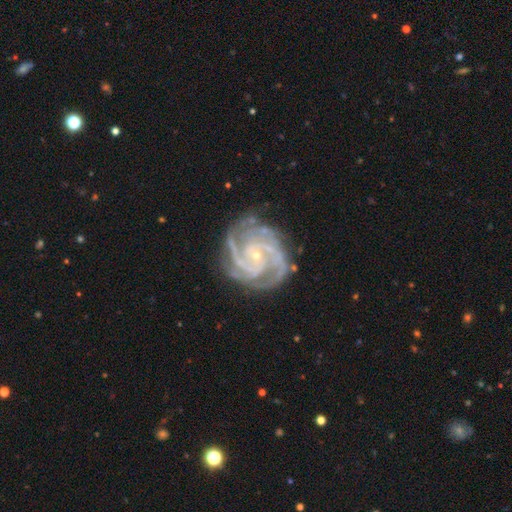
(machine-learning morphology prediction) Smooth or featured? featured or disk (92%)
Edge-on disk? no (98%)
Bar? no (64%)
Spiral arms? yes (99%)
Spiral winding? tight (64%)
Spiral arm count? 3 (37%)
Bulge size? small (85%)
Merging? none (77%)